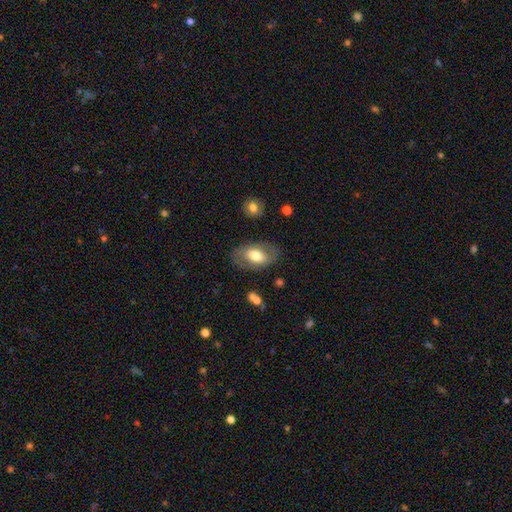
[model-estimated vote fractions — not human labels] This appears to be a smooth galaxy with no disk features (61%) that is in between round and cigar-shaped (90%). Merging: none (77%).